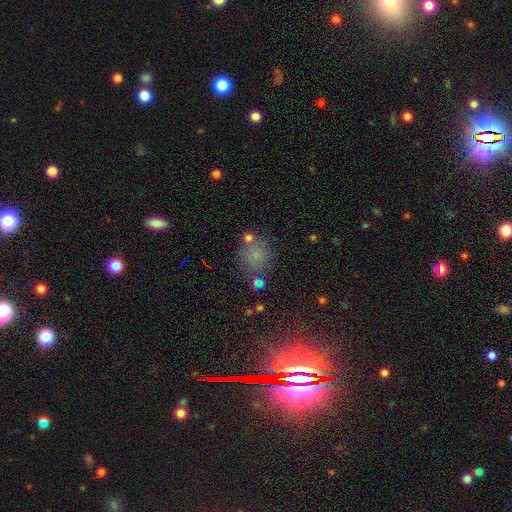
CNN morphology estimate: Smooth or featured: smooth — 69% (star or artifact — 20%)
How rounded: round — 74% (in between — 25%)
Merging: none — 66% (minor disturbance — 16%)